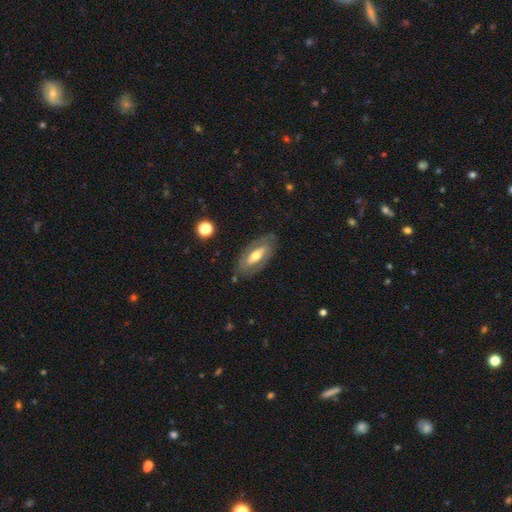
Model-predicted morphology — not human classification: Smooth or featured?
  - featured or disk: 59% *
  - smooth: 35%
  - star or artifact: 6%
Edge-on disk?
  - no: 82% *
  - yes: 18%
Merging?
  - none: 79% *
  - minor disturbance: 14%
  - major disturbance: 6%
  - merger: 1%